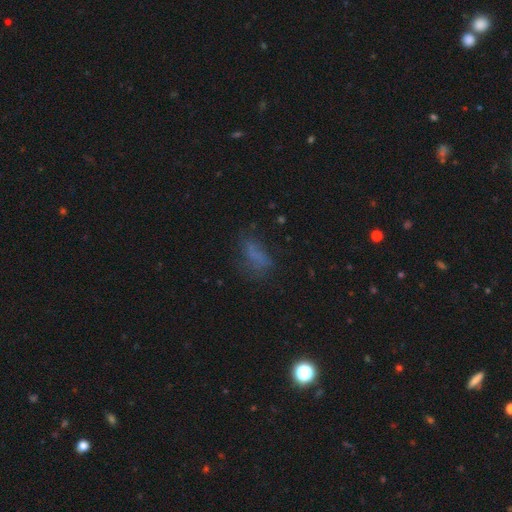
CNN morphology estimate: A smooth galaxy with no disk features (61%) that is in between round and cigar-shaped (69%). Merging: none (55%).